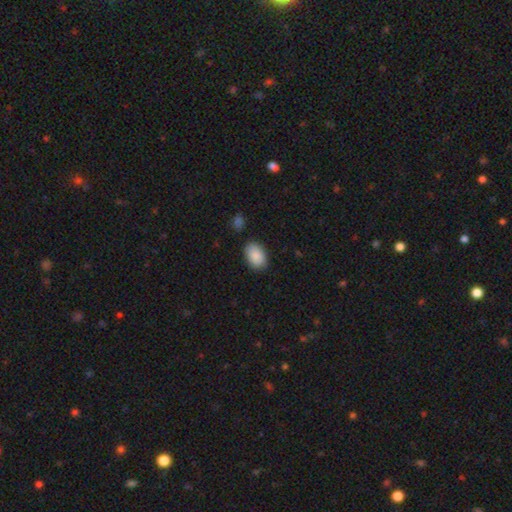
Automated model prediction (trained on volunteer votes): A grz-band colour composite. It shows a smooth galaxy with no disk features (89%) that is in between round and cigar-shaped (88%). Merging: none (85%).